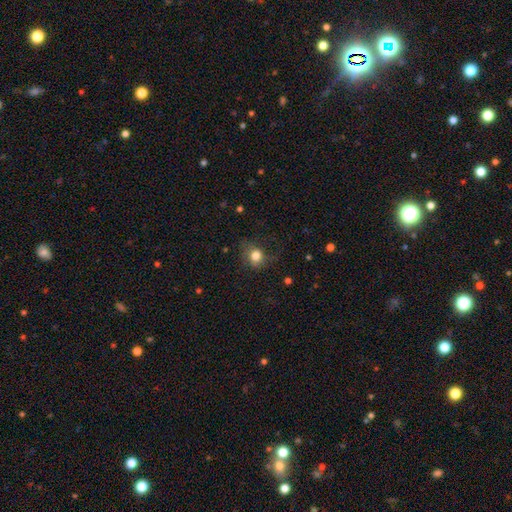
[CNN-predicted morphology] This appears to be a smooth galaxy with no disk features (79%) that is round (75%). Merging: none (63%).